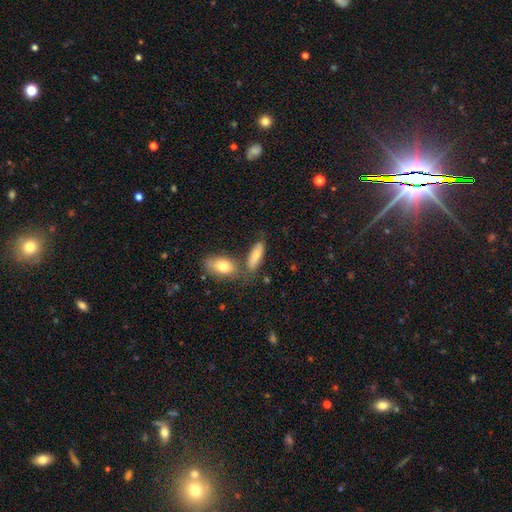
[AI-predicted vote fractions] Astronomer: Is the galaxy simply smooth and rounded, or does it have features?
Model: smooth — 76%.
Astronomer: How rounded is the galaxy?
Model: in between — 67%.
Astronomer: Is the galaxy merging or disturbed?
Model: none — 59%.